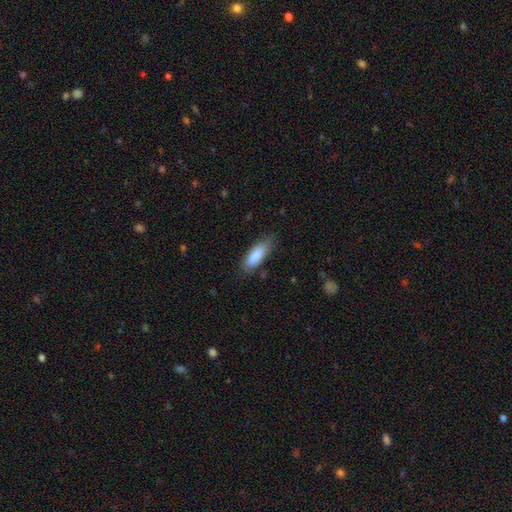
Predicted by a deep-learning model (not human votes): This is clearly a smooth galaxy (86%). How rounded: likely in between (63%). Merging: likely none (77%).